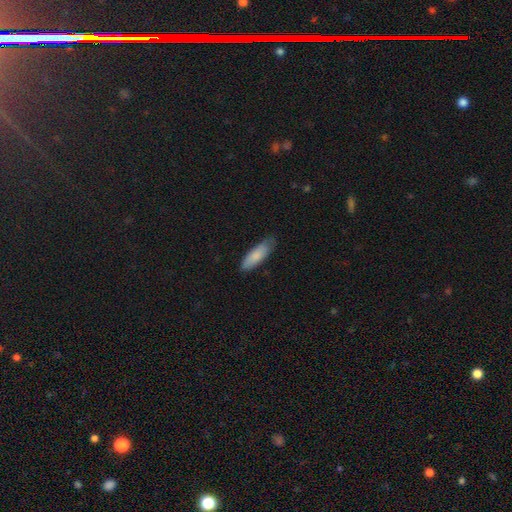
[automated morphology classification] A smooth galaxy with no disk features (84%) that is in between round and cigar-shaped (55%). Merging: none (75%).